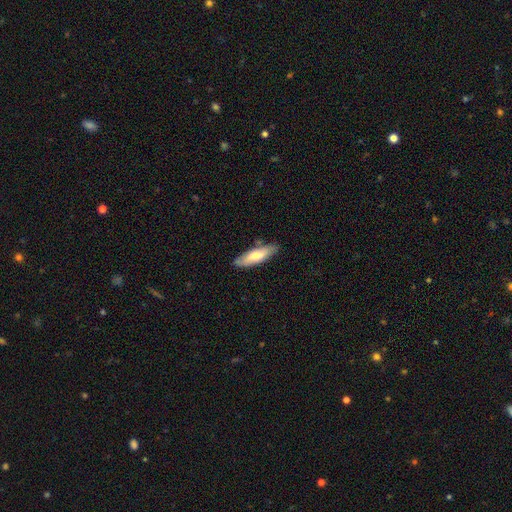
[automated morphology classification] Smooth or featured: smooth — 68% (featured or disk — 27%)
How rounded: cigar-shaped — 56% (in between — 43%)
Merging: none — 79% (minor disturbance — 16%)